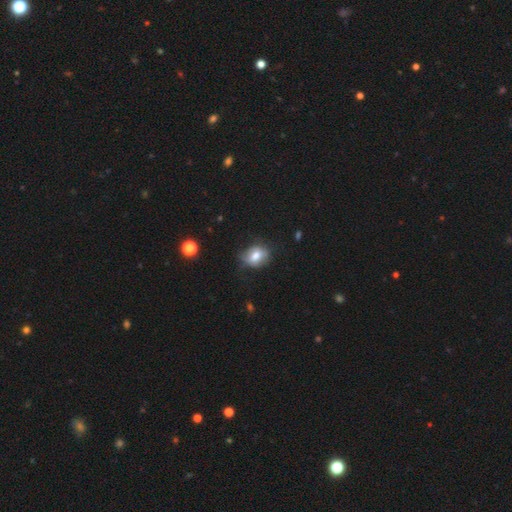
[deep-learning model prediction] The model was most divided on "how rounded": in between: 59%, round: 40%, cigar-shaped: 1%. More confident: smooth or featured — smooth (72%); merging — none (60%).